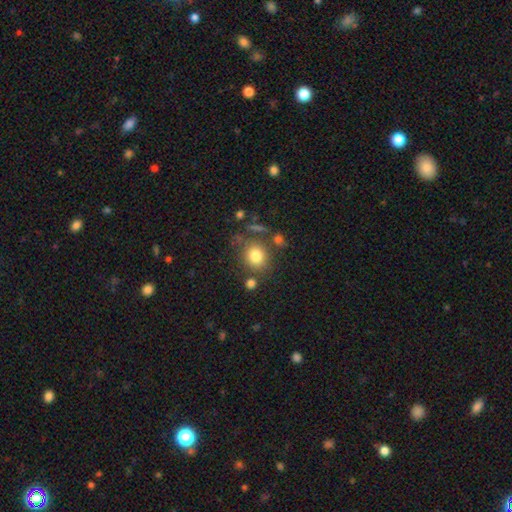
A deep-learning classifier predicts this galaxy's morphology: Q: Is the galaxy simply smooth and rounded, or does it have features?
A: smooth — 79%.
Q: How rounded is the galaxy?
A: round — 79%.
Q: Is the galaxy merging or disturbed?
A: none — 73%.